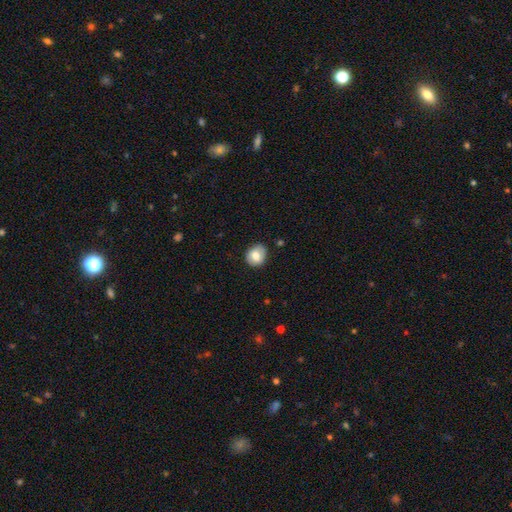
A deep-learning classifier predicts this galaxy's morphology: Q: Smooth or featured?
A: smooth (78%); runner-up: featured or disk (14%)
Q: How rounded?
A: round (68%); runner-up: in between (31%)
Q: Merging?
A: none (80%); runner-up: minor disturbance (15%)